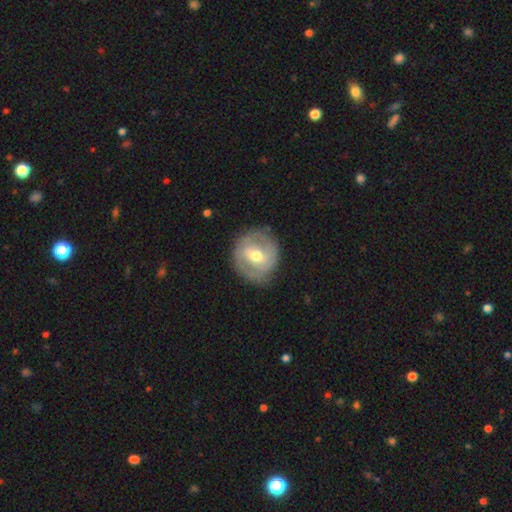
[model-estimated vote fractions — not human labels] Q: Smooth or featured?
A: featured or disk (68%); runner-up: smooth (26%)
Q: Edge-on disk?
A: no (96%); runner-up: yes (4%)
Q: Bar?
A: weak (46%); runner-up: no (29%)
Q: Spiral arms?
A: yes (71%); runner-up: no (29%)
Q: Bulge size?
A: moderate (76%); runner-up: small (17%)
Q: Merging?
A: none (80%); runner-up: minor disturbance (14%)